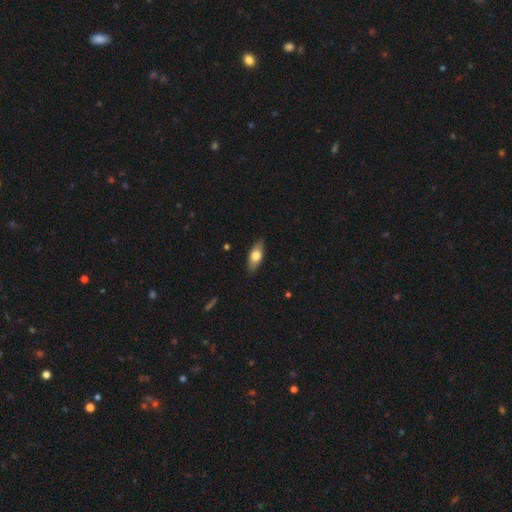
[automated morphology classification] Overall: smooth (68%). How rounded: in between (78%). Merging: none (87%).